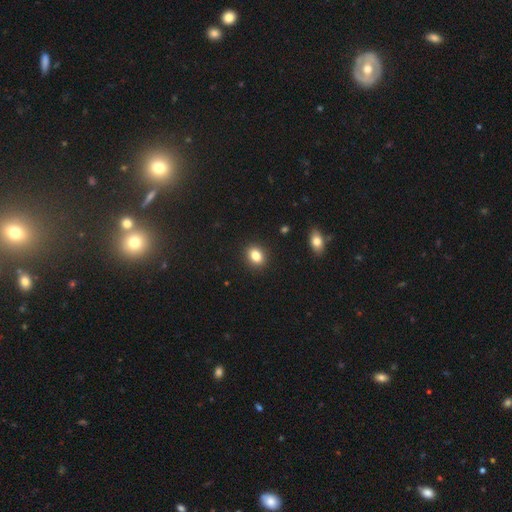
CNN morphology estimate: The model was most divided on "how rounded": in between: 62%, round: 36%, cigar-shaped: 1%. More confident: merging — none (90%); smooth or featured — smooth (83%).